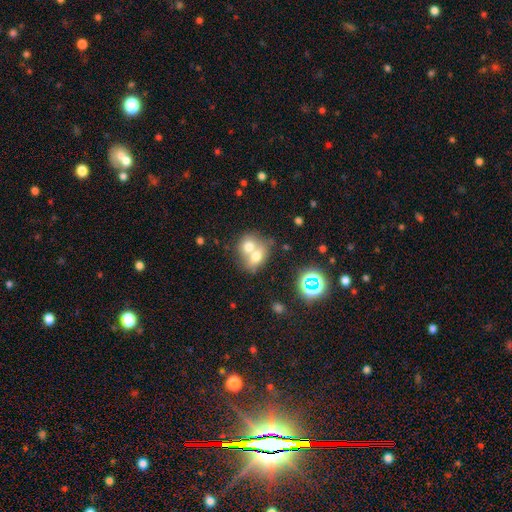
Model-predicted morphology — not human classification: The model was most divided on "how rounded": round: 50%, in between: 48%, cigar-shaped: 1%. More confident: merging — merger (69%); smooth or featured — smooth (66%).